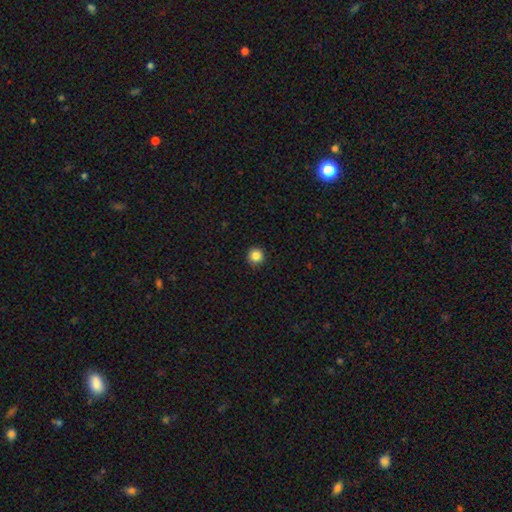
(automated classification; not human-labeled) Q: Smooth or featured?
A: smooth (86%); runner-up: star or artifact (11%)
Q: How rounded?
A: round (96%); runner-up: in between (3%)
Q: Merging?
A: none (93%); runner-up: minor disturbance (5%)